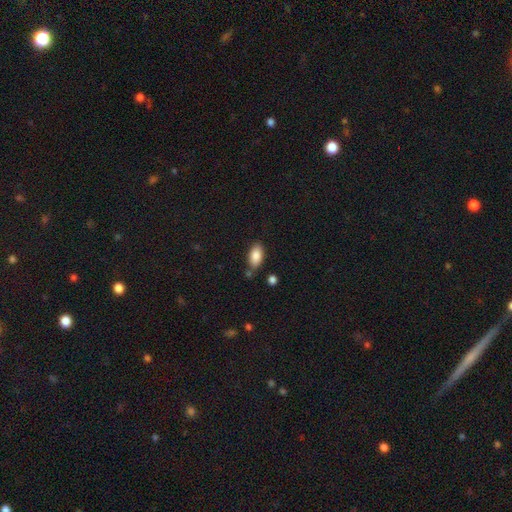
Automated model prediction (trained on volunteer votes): This is clearly a smooth galaxy (86%). How rounded: clearly in between (92%). Merging: likely none (76%).